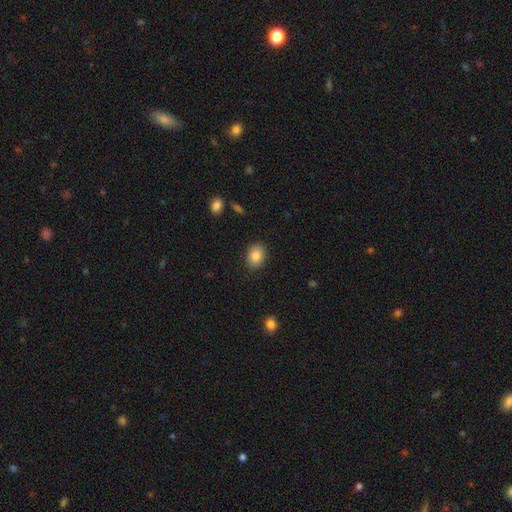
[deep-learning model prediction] smooth_or_featured: smooth (p=0.85) [alt: star or artifact p=0.08]
how_rounded: in between (p=0.63) [alt: round p=0.36]
merging: none (p=0.87) [alt: minor disturbance p=0.10]